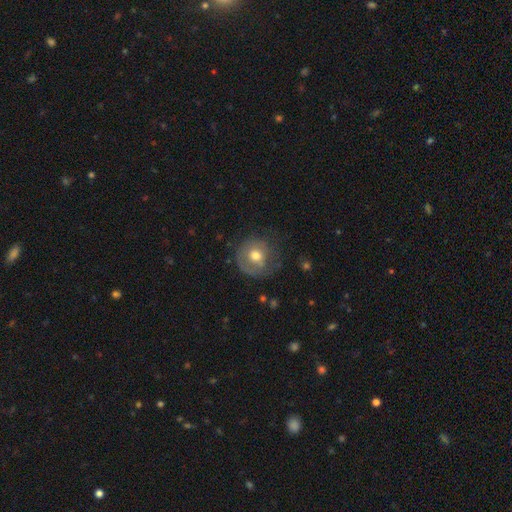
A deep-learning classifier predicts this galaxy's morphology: A smooth galaxy with no disk features (57%) that is round (87%). Merging: none (56%).